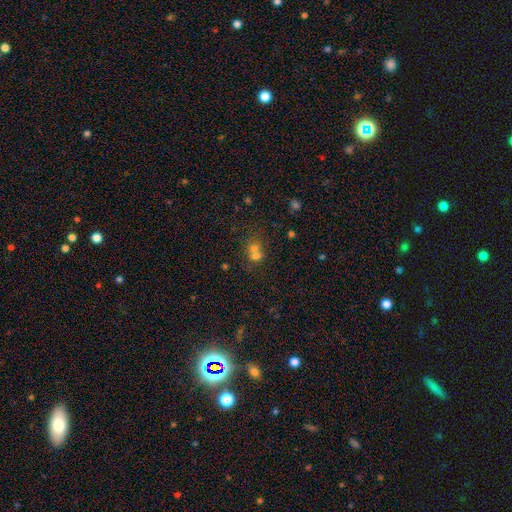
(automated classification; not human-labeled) Smooth or featured? Predicted: smooth (p=0.62). How rounded? Predicted: round (p=0.69). Merging? Predicted: merger (p=0.62).